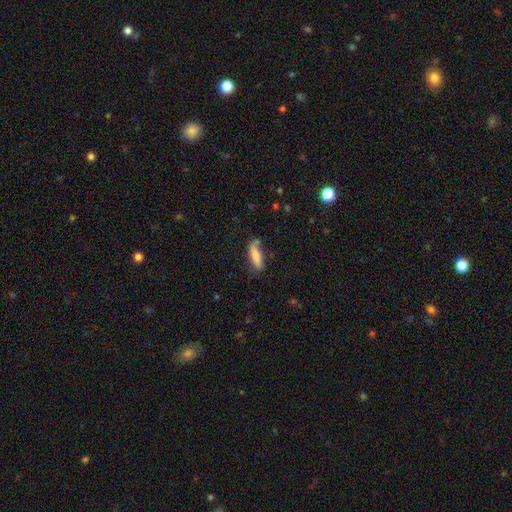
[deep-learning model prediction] smooth_or_featured: smooth (p=0.81) [alt: featured or disk p=0.12]
how_rounded: cigar-shaped (p=0.64) [alt: in between p=0.35]
merging: none (p=0.66) [alt: minor disturbance p=0.22]